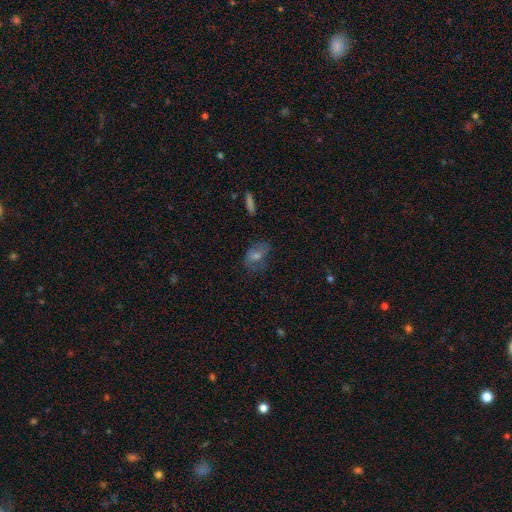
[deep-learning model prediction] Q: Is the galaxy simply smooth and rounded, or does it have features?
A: smooth — 46%.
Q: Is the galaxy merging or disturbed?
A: none — 68%.